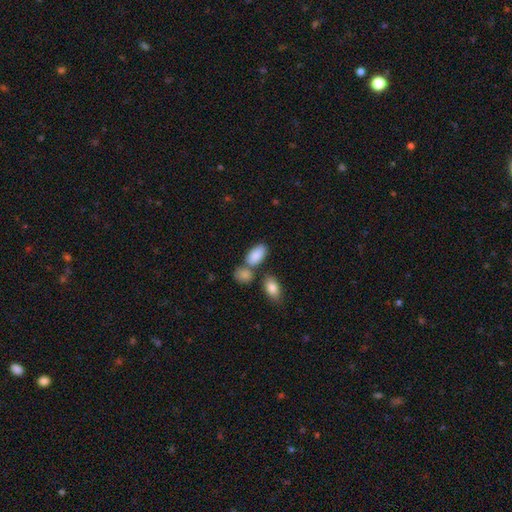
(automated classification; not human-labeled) Morphology: type=smooth (87%); roundness=in between (93%); merging=none (54%).